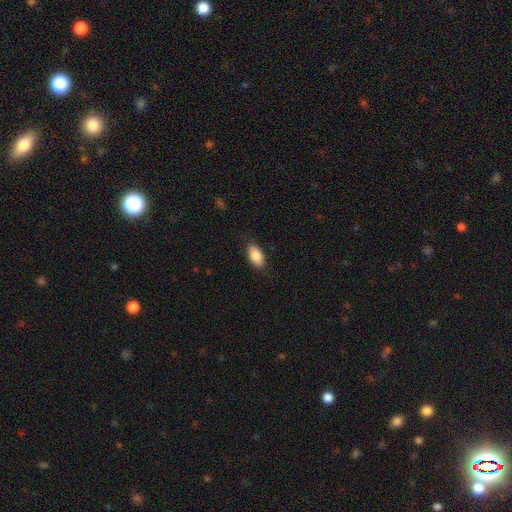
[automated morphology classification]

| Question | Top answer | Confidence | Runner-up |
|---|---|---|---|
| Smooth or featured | smooth | 87% | featured or disk (7%) |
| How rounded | in between | 93% | cigar-shaped (4%) |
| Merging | none | 85% | minor disturbance (11%) |